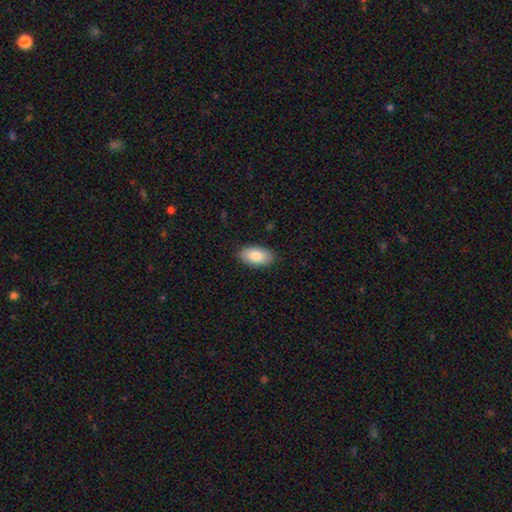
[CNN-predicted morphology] Smooth or featured?
  - smooth: 86% *
  - featured or disk: 8%
  - star or artifact: 6%
How rounded?
  - in between: 95% *
  - round: 3%
  - cigar-shaped: 2%
Merging?
  - none: 88% *
  - minor disturbance: 9%
  - major disturbance: 2%
  - merger: 1%